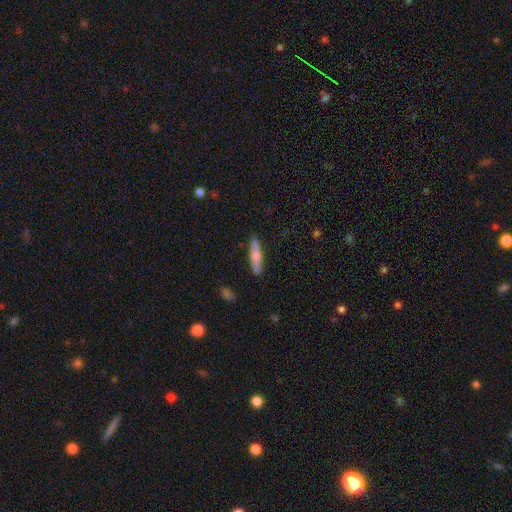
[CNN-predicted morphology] Smooth or featured? Predicted: smooth (p=0.53). How rounded? Predicted: cigar-shaped (p=0.87). Merging? Predicted: none (p=0.89).